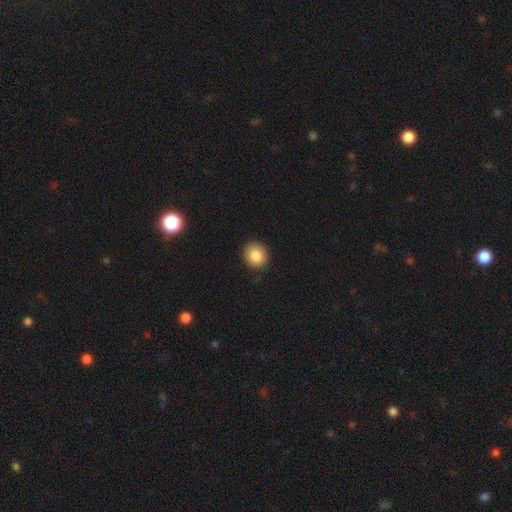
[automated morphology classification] A smooth galaxy with no disk features (86%) that is round (77%). Merging: none (88%).